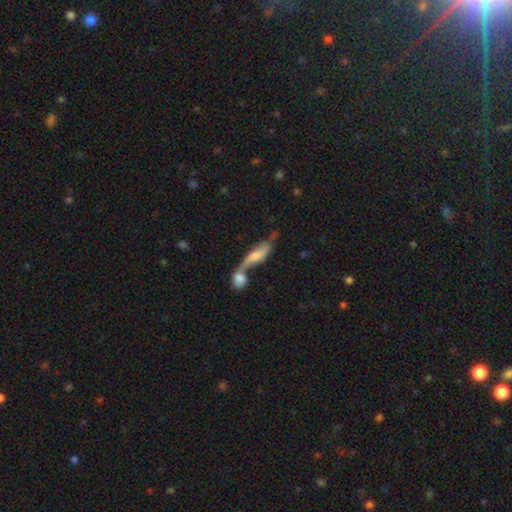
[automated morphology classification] smooth 55%, featured or disk 38%, star or artifact 8%. Down the decision tree: how rounded — in between (58%); merging — merger (66%).